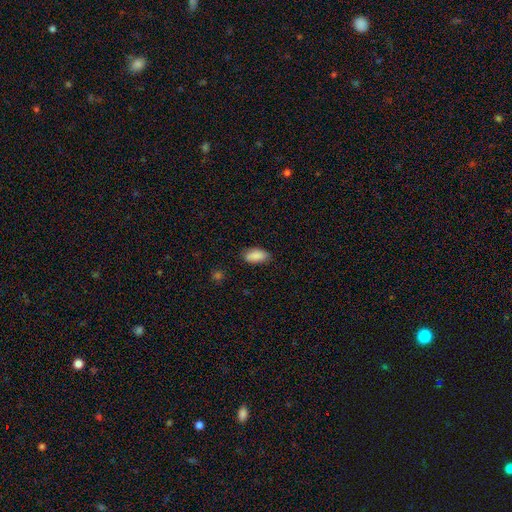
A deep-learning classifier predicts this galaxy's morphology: Smooth or featured? Predicted: smooth (p=0.89). How rounded? Predicted: in between (p=0.91). Merging? Predicted: none (p=0.81).